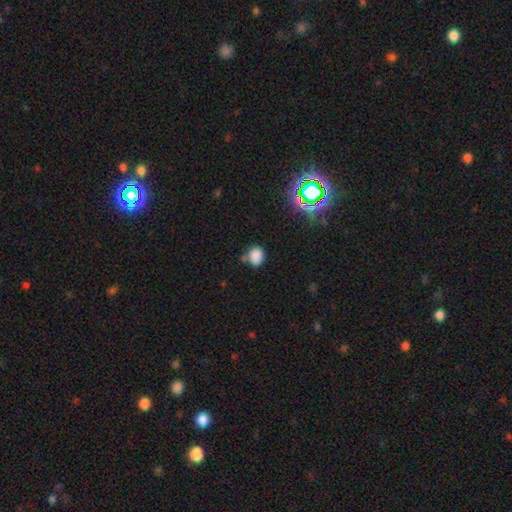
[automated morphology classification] A smooth galaxy with no disk features (82%) that is round (66%). Merging: none (62%).